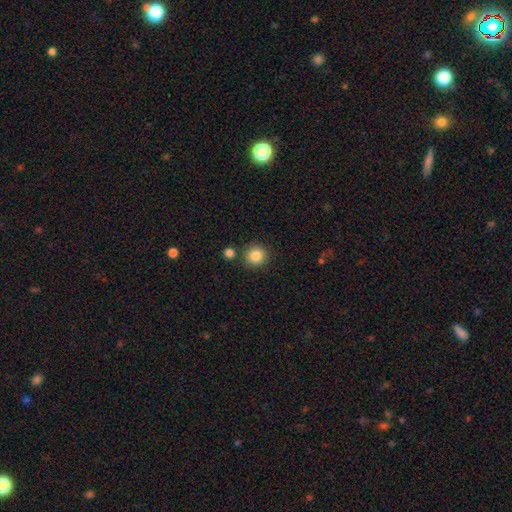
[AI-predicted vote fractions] A smooth galaxy with no disk features (85%) that is round (93%).

Vote fractions:
- Smooth or featured? smooth: 85% / star or artifact: 10% / featured or disk: 5%
- How rounded? round: 93% / in between: 6% / cigar-shaped: 1%
- Merging? none: 84% / minor disturbance: 7% / merger: 6% / major disturbance: 3%